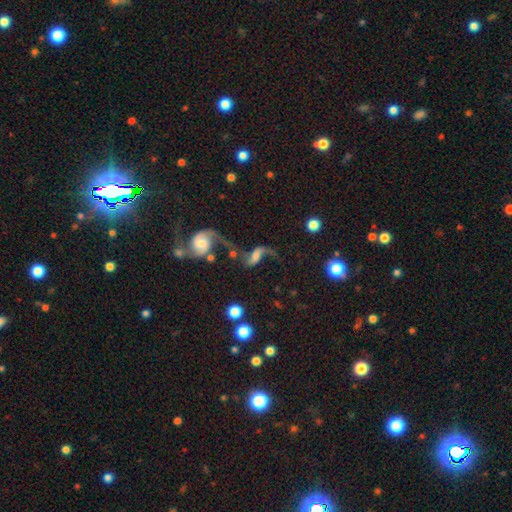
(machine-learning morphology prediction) Smooth or featured?
  - featured or disk: 78% *
  - smooth: 13%
  - star or artifact: 9%
Edge-on disk?
  - no: 95% *
  - yes: 5%
Bar?
  - weak: 45% *
  - no: 36%
  - strong: 20%
Spiral arms?
  - yes: 93% *
  - no: 7%
Spiral winding?
  - loose: 87% *
  - medium: 10%
  - tight: 3%
Spiral arm count?
  - 2: 88% *
  - 1: 7%
  - can't tell: 2%
  - 3: 1%
  - 4: 1%
  - more than 4: 1%
Bulge size?
  - moderate: 39% *
  - small: 29%
  - none: 15%
  - large: 14%
  - dominant: 3%
Merging?
  - none: 33% *
  - merger: 32%
  - major disturbance: 21%
  - minor disturbance: 13%